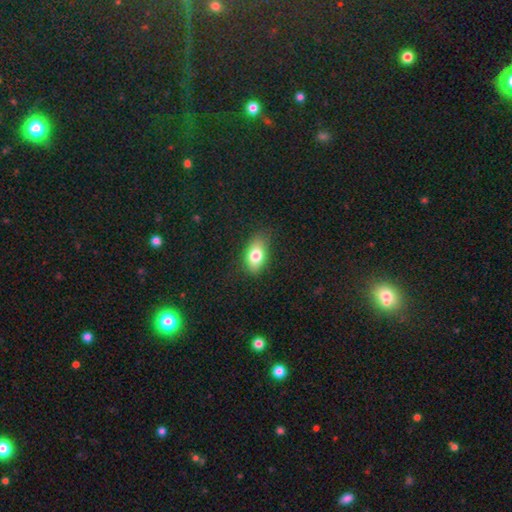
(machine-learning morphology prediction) A smooth galaxy with no disk features (78%) that is in between round and cigar-shaped (87%). Merging: none (78%).